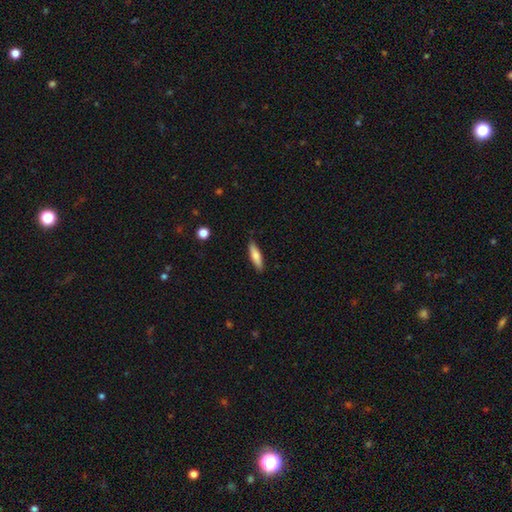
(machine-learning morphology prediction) smooth_or_featured: smooth (p=0.73) [alt: featured or disk p=0.21]
how_rounded: cigar-shaped (p=0.68) [alt: in between p=0.30]
merging: none (p=0.83) [alt: minor disturbance p=0.13]